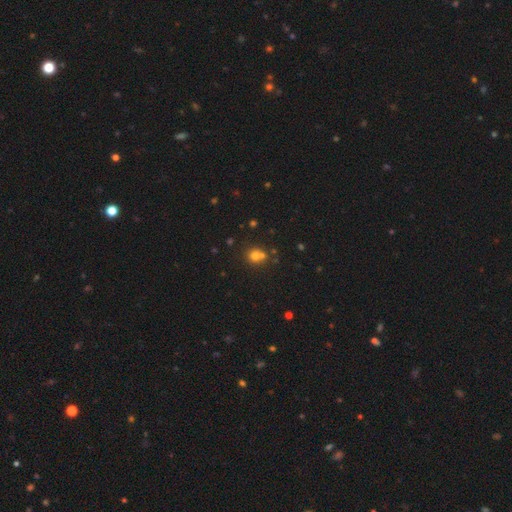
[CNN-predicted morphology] Smooth or featured? smooth (68%)
How rounded? round (84%)
Merging? none (50%)